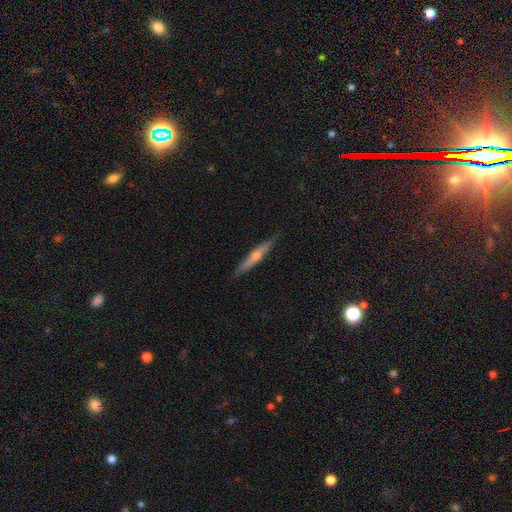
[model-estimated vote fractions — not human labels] The model was most divided on "smooth or featured": featured or disk: 63%, smooth: 30%, star or artifact: 7%. More confident: edge-on disk — yes (96%); merging — none (89%); edge-on bulge — rounded (79%).